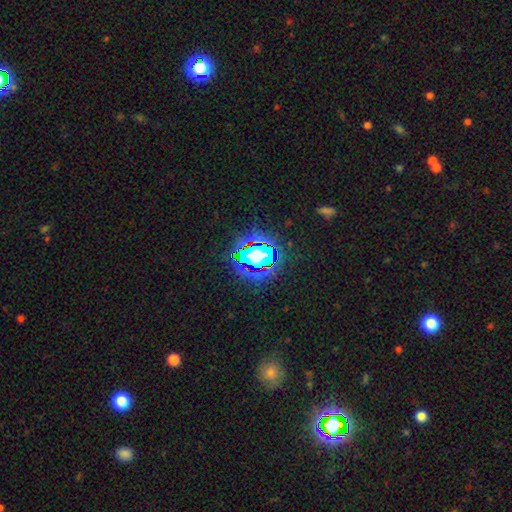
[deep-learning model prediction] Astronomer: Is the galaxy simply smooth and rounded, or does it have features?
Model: star or artifact — 61%.